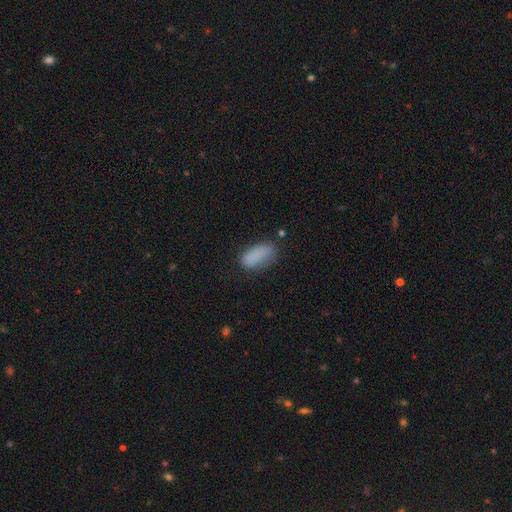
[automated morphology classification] This is clearly a smooth galaxy (83%). How rounded: clearly in between (87%). Merging: likely none (62%).